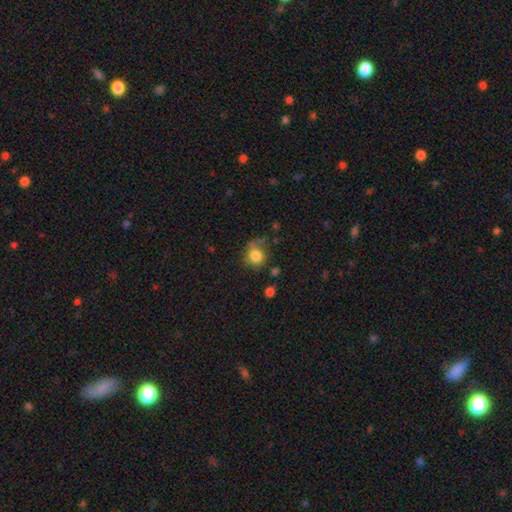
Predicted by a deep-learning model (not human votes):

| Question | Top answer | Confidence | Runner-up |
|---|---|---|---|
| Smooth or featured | smooth | 78% | featured or disk (12%) |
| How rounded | round | 77% | in between (22%) |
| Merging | none | 52% | minor disturbance (27%) |